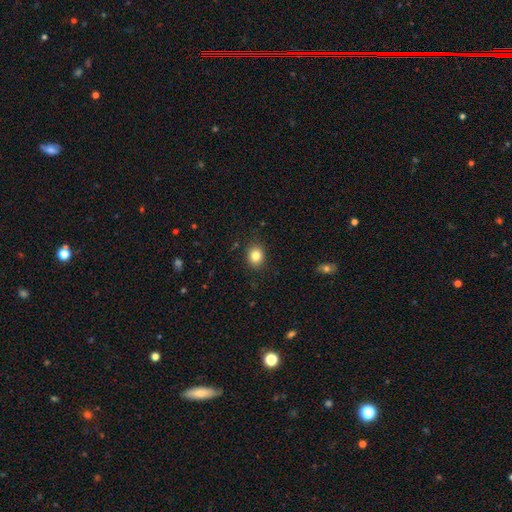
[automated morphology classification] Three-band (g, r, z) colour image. It shows a smooth galaxy with no disk features (83%) that is round (63%). Merging: none (89%).